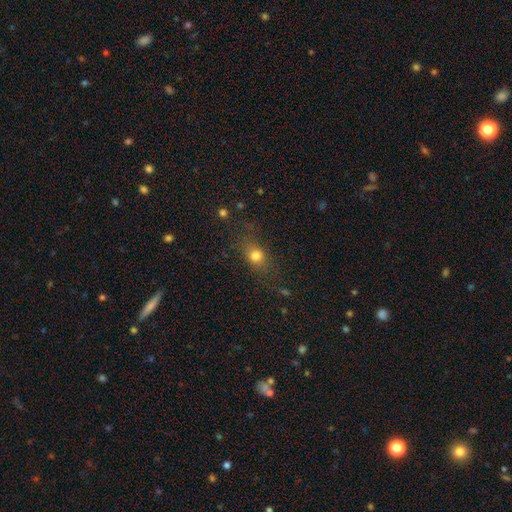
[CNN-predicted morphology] This is likely a smooth galaxy (74%). How rounded: possibly round (48%). Merging: likely none (73%).